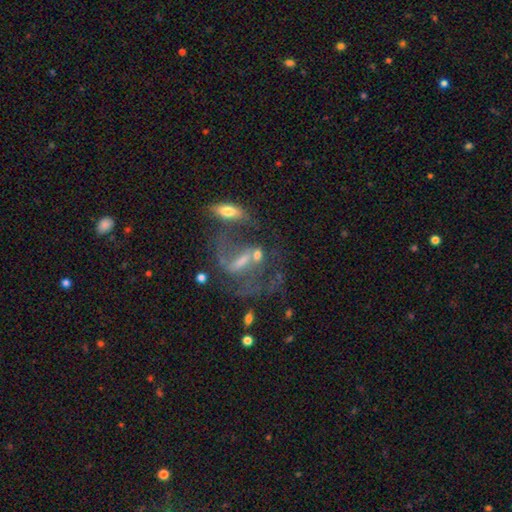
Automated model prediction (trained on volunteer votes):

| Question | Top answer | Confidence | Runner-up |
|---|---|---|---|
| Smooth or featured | featured or disk | 68% | smooth (17%) |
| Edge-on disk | no | 91% | yes (9%) |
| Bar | weak | 37% | strong (36%) |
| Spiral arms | yes | 61% | no (39%) |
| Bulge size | small | 36% | none (32%) |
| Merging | none | 35% | major disturbance (28%) |